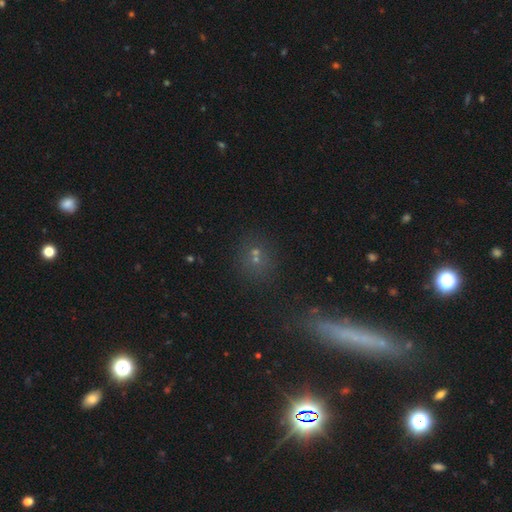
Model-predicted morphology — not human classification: This appears to be a smooth galaxy with no disk features (49%). Merging: none (69%).